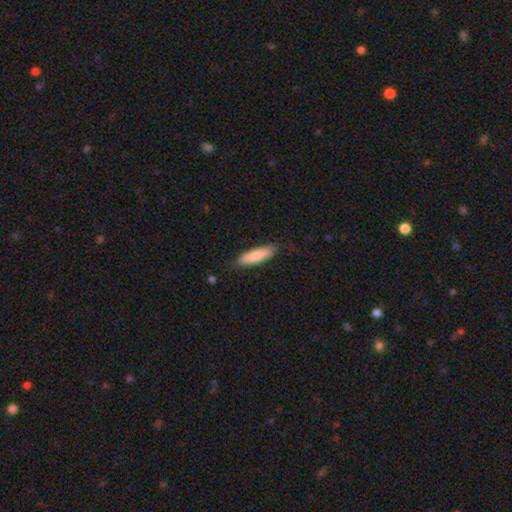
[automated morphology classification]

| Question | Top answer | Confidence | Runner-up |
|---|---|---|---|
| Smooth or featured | smooth | 82% | featured or disk (13%) |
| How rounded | cigar-shaped | 67% | in between (32%) |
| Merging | none | 83% | minor disturbance (13%) |